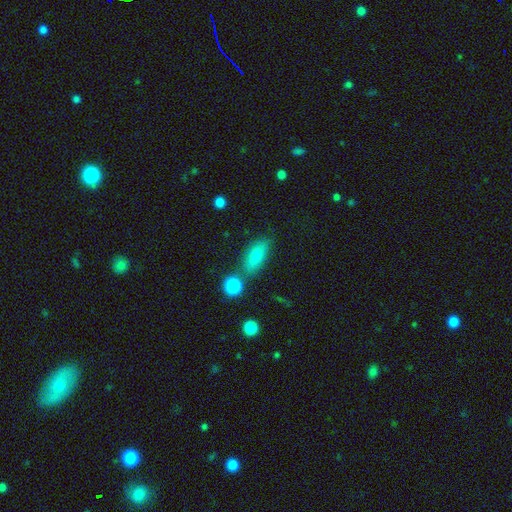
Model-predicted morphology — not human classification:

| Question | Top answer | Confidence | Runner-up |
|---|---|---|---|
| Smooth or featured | smooth | 76% | featured or disk (16%) |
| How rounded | in between | 73% | cigar-shaped (22%) |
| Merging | none | 71% | minor disturbance (15%) |